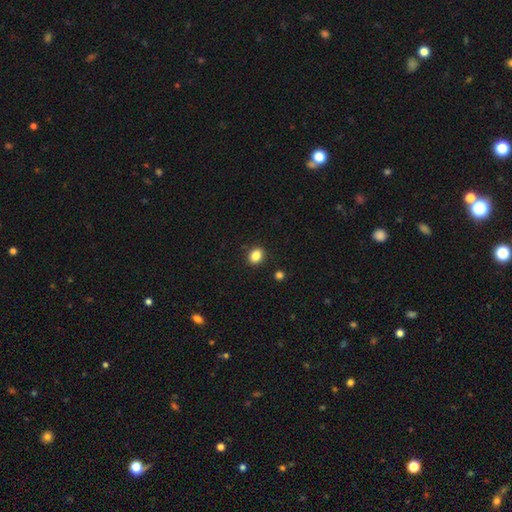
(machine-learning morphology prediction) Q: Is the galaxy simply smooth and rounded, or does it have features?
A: smooth — 85%.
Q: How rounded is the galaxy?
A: in between — 57%.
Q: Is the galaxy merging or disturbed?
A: none — 89%.